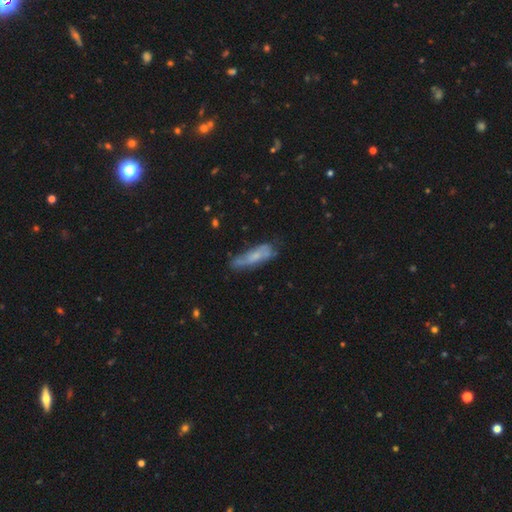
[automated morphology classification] Smooth or featured?
  - featured or disk: 46% *
  - smooth: 45%
  - star or artifact: 9%
Merging?
  - none: 55% *
  - minor disturbance: 29%
  - major disturbance: 12%
  - merger: 4%